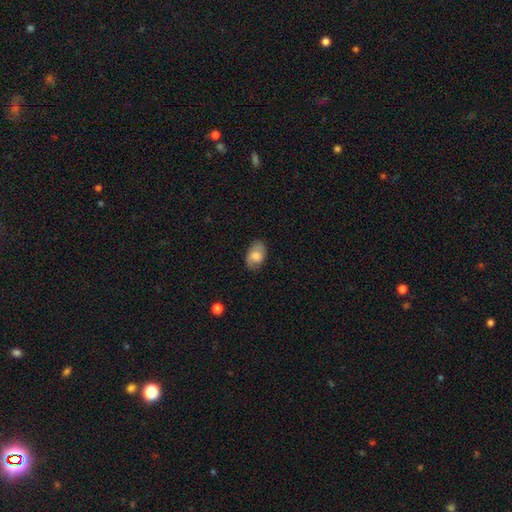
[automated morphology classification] The model was most divided on "smooth or featured": smooth: 68%, featured or disk: 24%, star or artifact: 8%. More confident: how rounded — in between (88%); merging — none (76%).